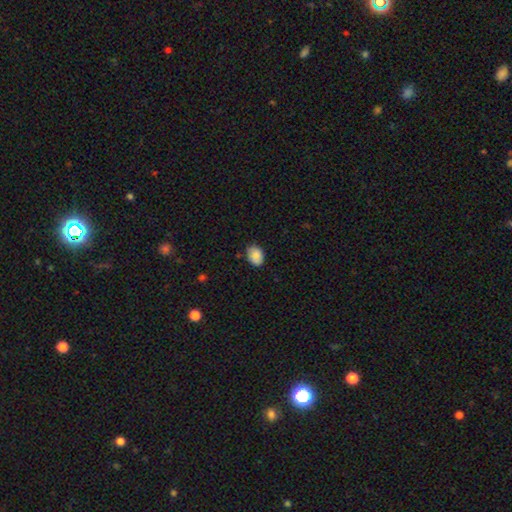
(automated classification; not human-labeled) This is clearly a smooth galaxy (87%). How rounded: likely in between (75%). Merging: likely none (77%).